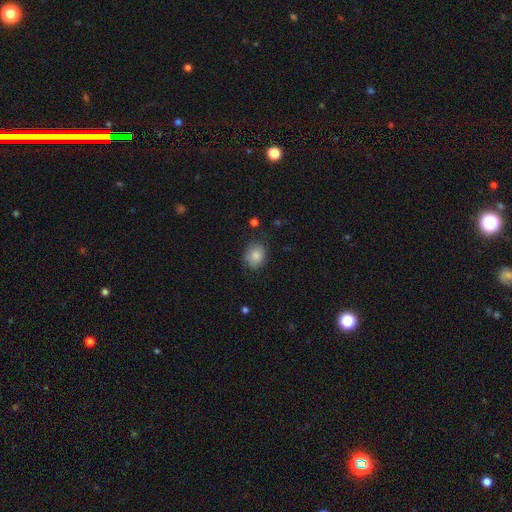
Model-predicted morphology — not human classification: This appears to be a smooth galaxy with no disk features (84%) that is round (62%). Merging: none (77%).